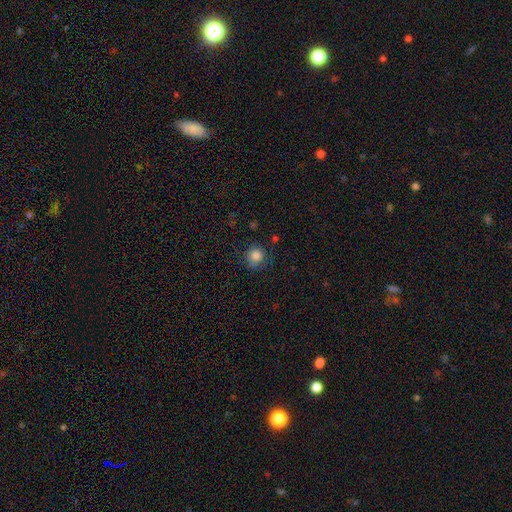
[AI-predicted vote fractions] smooth 82%, star or artifact 10%, featured or disk 8%. Down the decision tree: how rounded — round (89%); merging — none (74%).